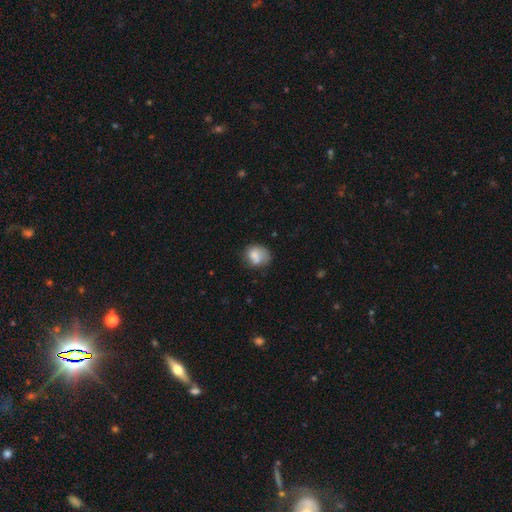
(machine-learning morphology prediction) Smooth or featured? smooth (73%)
How rounded? round (54%)
Merging? none (42%)